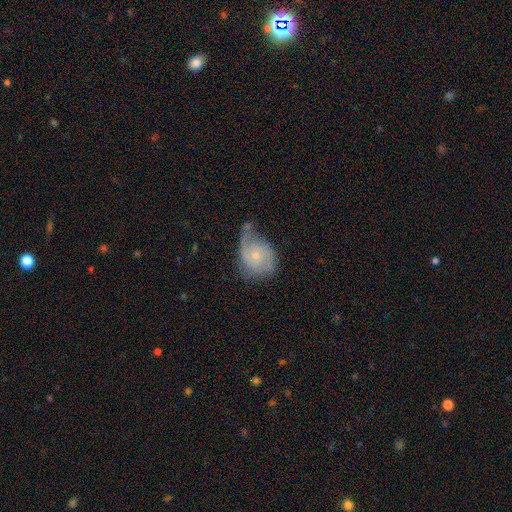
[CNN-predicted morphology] Smooth or featured?
  - featured or disk: 58% *
  - smooth: 35%
  - star or artifact: 7%
Edge-on disk?
  - no: 97% *
  - yes: 3%
Bar?
  - no: 74% *
  - weak: 23%
  - strong: 3%
Spiral arms?
  - yes: 82% *
  - no: 18%
Bulge size?
  - small: 68% *
  - moderate: 24%
  - none: 5%
  - large: 2%
  - dominant: 1%
Merging?
  - minor disturbance: 35% *
  - none: 34%
  - major disturbance: 26%
  - merger: 5%